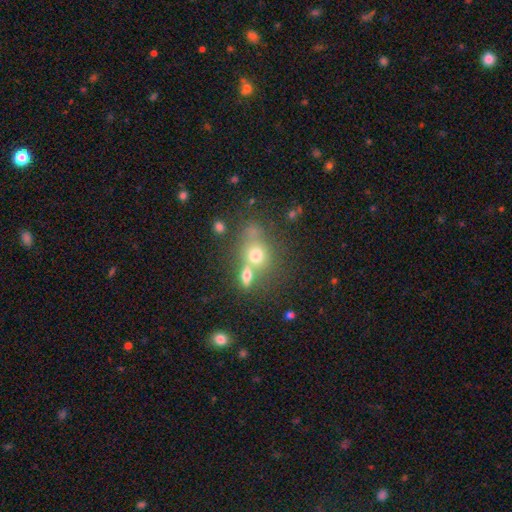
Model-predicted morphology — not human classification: Smooth or featured? smooth (67%)
How rounded? round (58%)
Merging? merger (46%)